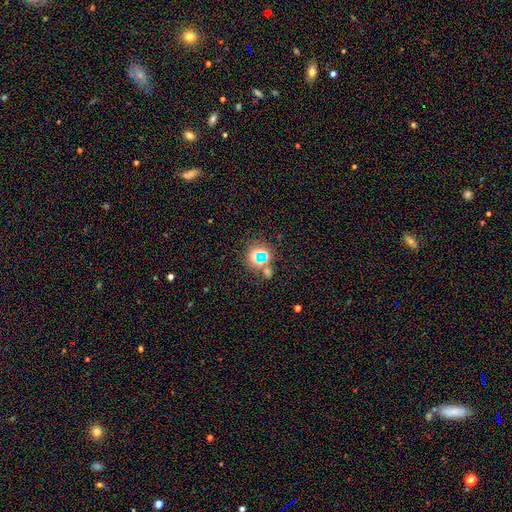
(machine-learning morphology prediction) Q: Smooth or featured?
A: star or artifact (57%); runner-up: smooth (31%)